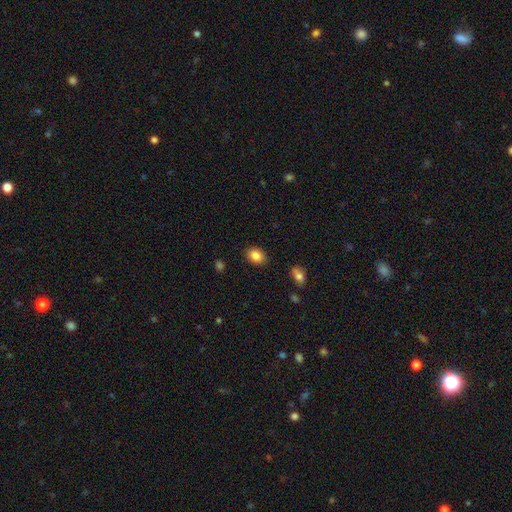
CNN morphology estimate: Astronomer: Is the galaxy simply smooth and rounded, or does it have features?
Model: smooth — 85%.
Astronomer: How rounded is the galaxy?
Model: in between — 73%.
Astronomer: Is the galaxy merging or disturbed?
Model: none — 86%.